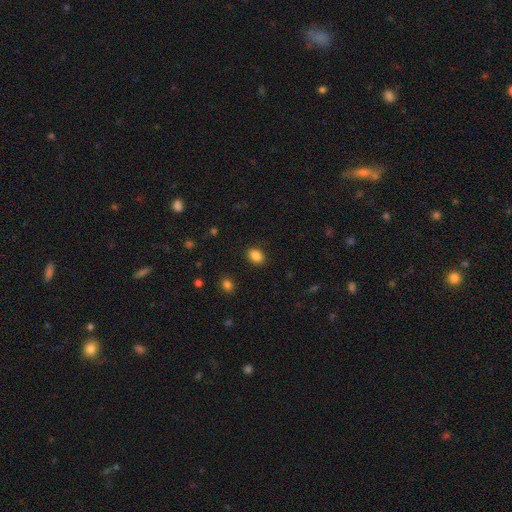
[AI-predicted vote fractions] smooth-or-featured: smooth: 87% | star or artifact: 9% | featured or disk: 4%
  how-rounded: in between: 77% | round: 22% | cigar-shaped: 1%
  merging: none: 88% | minor disturbance: 8% | major disturbance: 3% | merger: 1%